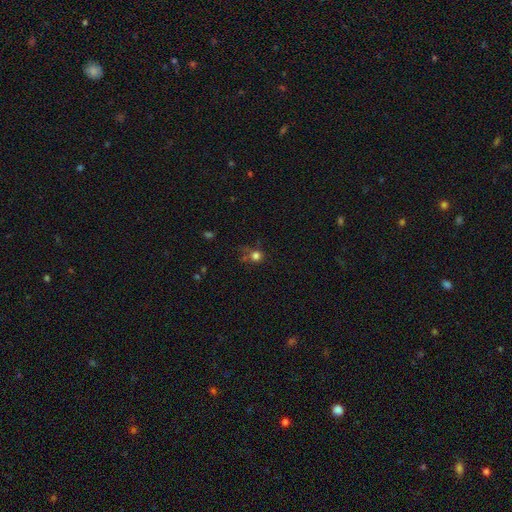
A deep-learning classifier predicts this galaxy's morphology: smooth_or_featured: smooth (p=0.71) [alt: star or artifact p=0.20]
how_rounded: round (p=0.85) [alt: in between p=0.14]
merging: none (p=0.56) [alt: minor disturbance p=0.19]